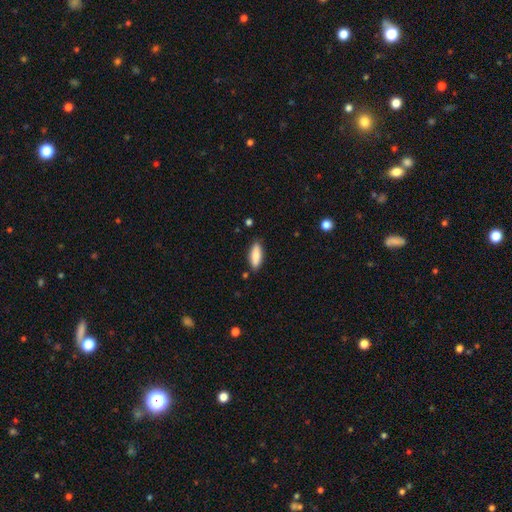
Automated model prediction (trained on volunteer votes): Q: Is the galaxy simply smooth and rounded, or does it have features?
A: smooth — 82%.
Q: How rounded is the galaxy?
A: in between — 67%.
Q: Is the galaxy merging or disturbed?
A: none — 85%.